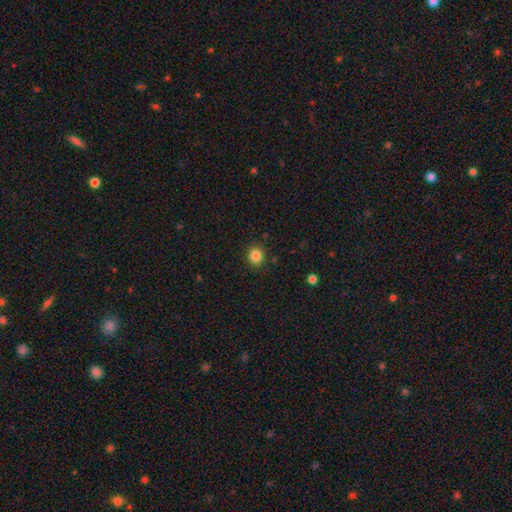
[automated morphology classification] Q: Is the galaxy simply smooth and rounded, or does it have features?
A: smooth — 85%.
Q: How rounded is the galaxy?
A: round — 90%.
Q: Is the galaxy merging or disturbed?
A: none — 91%.